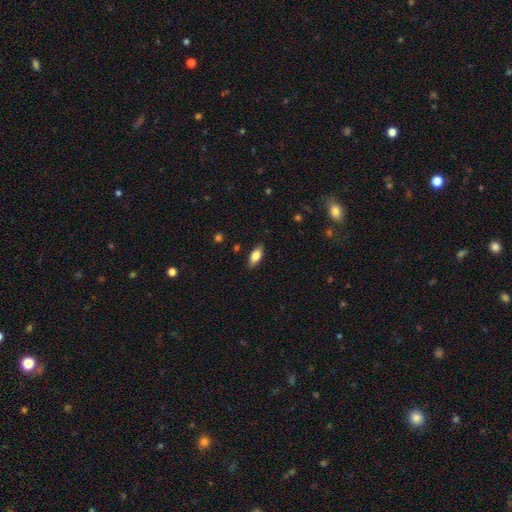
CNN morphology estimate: smooth 79%, featured or disk 15%, star or artifact 7%. Down the decision tree: how rounded — in between (83%); merging — none (86%).